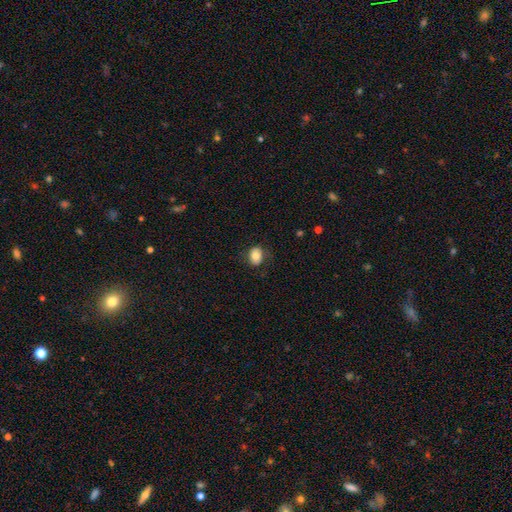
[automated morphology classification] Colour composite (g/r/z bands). It shows a smooth galaxy with no disk features (78%) that is in between round and cigar-shaped (57%). Merging: none (78%).